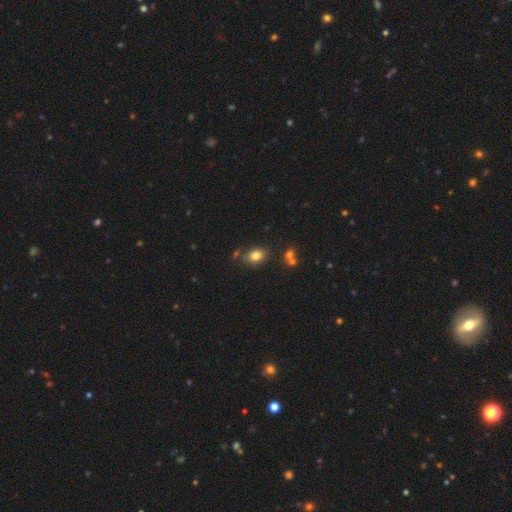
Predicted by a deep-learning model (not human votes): Smooth or featured? Predicted: smooth (p=0.80). How rounded? Predicted: in between (p=0.63). Merging? Predicted: none (p=0.73).